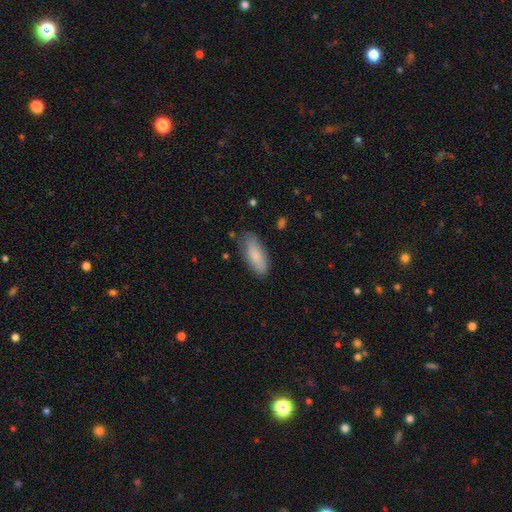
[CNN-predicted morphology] smooth-or-featured: smooth: 84% | featured or disk: 10% | star or artifact: 6%
  how-rounded: in between: 76% | cigar-shaped: 22% | round: 2%
  merging: none: 77% | minor disturbance: 18% | major disturbance: 3% | merger: 2%